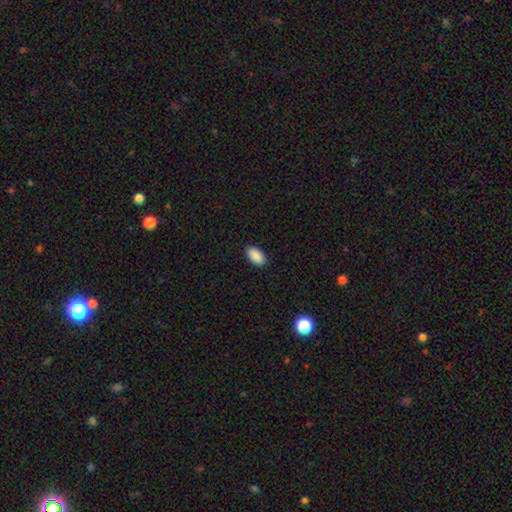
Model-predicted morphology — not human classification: Overall: smooth (90%). How rounded: in between (95%). Merging: none (90%).